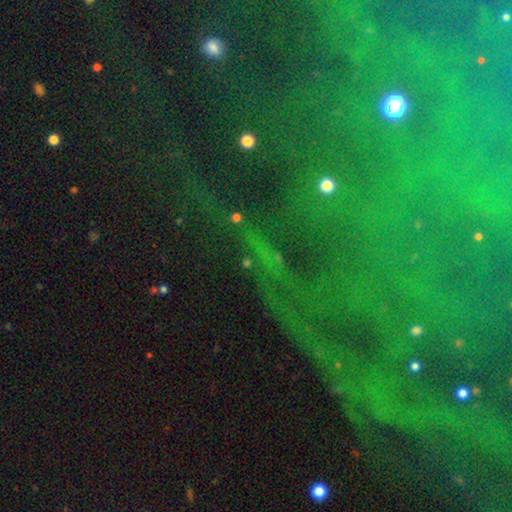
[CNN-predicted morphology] Smooth or featured? Predicted: star or artifact (p=0.81).